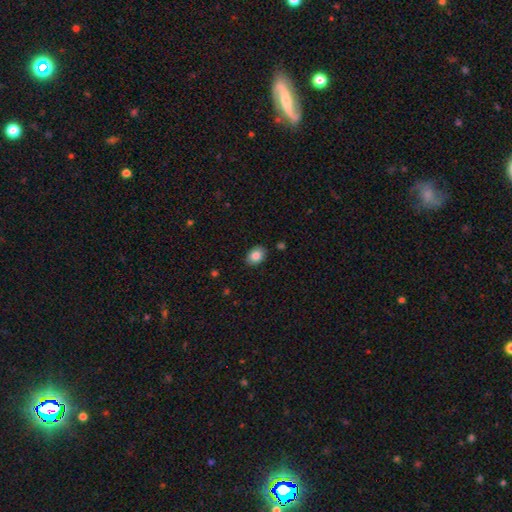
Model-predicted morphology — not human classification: A smooth galaxy with no disk features (85%) that is in between round and cigar-shaped (76%).

Vote fractions:
- Smooth or featured? smooth: 85% / star or artifact: 8% / featured or disk: 7%
- How rounded? in between: 76% / round: 23% / cigar-shaped: 1%
- Merging? none: 87% / minor disturbance: 9% / major disturbance: 2% / merger: 1%